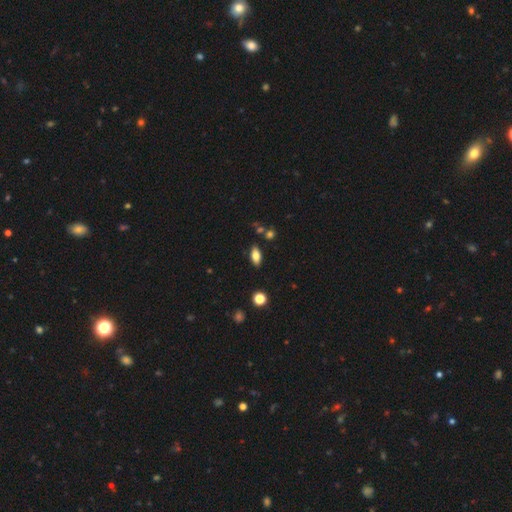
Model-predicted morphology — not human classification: A smooth galaxy with no disk features (75%) that is in between round and cigar-shaped (86%).

Vote fractions:
- Smooth or featured? smooth: 75% / featured or disk: 16% / star or artifact: 9%
- How rounded? in between: 86% / cigar-shaped: 10% / round: 4%
- Merging? none: 83% / minor disturbance: 10% / merger: 4% / major disturbance: 2%